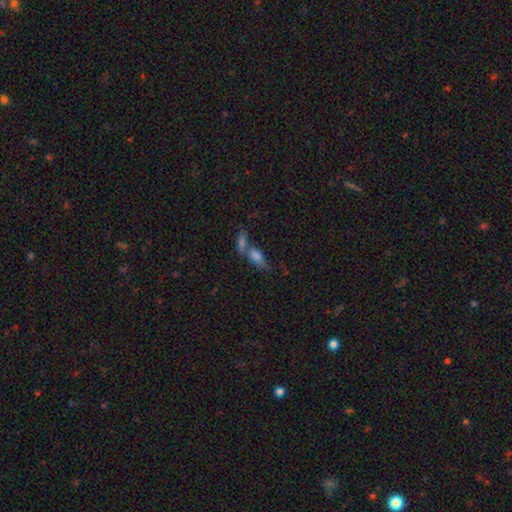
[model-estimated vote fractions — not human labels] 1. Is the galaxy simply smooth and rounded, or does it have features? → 73% smooth, 16% featured or disk, 11% star or artifact.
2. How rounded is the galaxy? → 74% in between, 22% cigar-shaped, 5% round.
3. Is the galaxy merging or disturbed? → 58% merger, 27% none, 10% minor disturbance, 5% major disturbance.